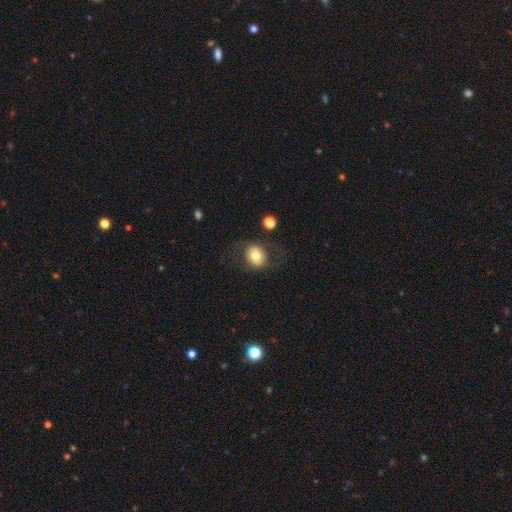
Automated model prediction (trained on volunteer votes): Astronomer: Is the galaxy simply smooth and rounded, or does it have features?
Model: smooth — 71%.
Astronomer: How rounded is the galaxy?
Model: round — 64%.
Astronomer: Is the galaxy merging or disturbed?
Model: none — 72%.